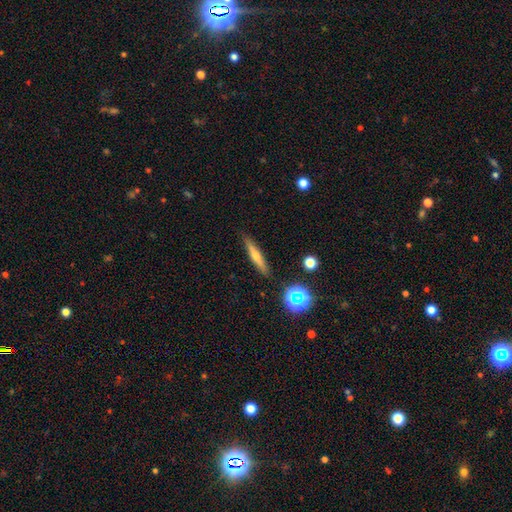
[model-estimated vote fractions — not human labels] Smooth or featured: featured or disk — 47% (smooth — 42%)
Merging: none — 90% (minor disturbance — 7%)